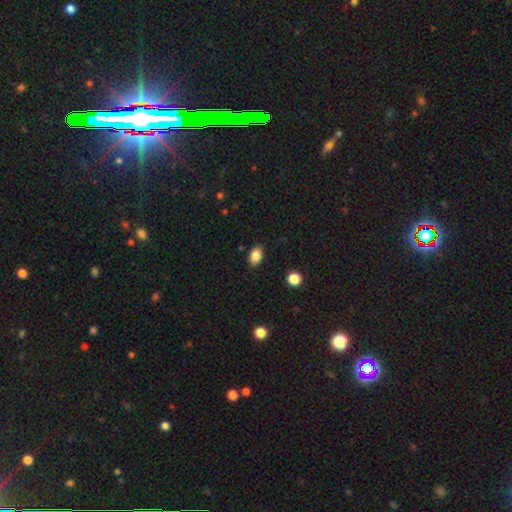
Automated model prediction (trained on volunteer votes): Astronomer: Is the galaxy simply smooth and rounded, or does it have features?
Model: smooth — 86%.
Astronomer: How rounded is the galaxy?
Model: in between — 85%.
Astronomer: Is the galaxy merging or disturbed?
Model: none — 87%.